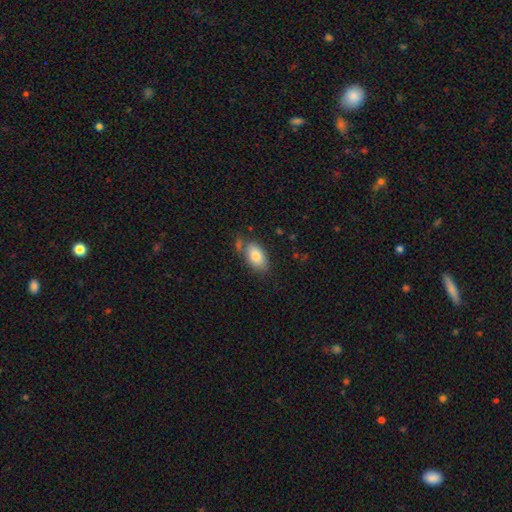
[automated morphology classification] smooth-or-featured: smooth: 81% | featured or disk: 12% | star or artifact: 7%
  how-rounded: in between: 93% | round: 5% | cigar-shaped: 2%
  merging: none: 65% | minor disturbance: 19% | merger: 10% | major disturbance: 5%